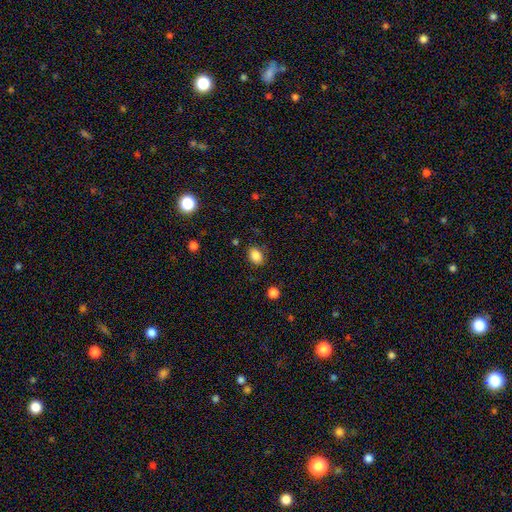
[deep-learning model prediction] Morphology: type=smooth (85%); roundness=in between (65%); merging=none (81%).